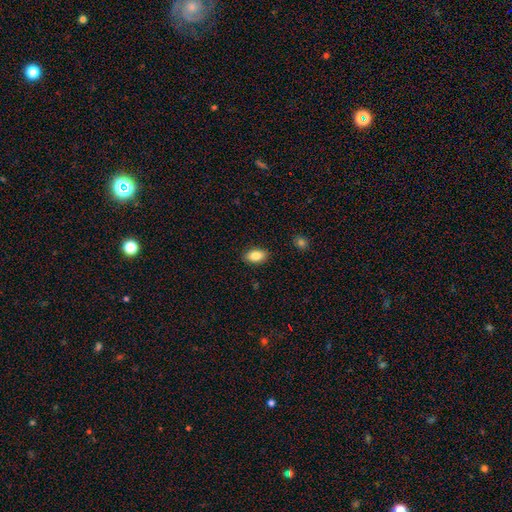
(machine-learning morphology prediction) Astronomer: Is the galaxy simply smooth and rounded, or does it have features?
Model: smooth — 85%.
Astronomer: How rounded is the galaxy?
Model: in between — 91%.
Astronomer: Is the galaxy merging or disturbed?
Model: none — 89%.